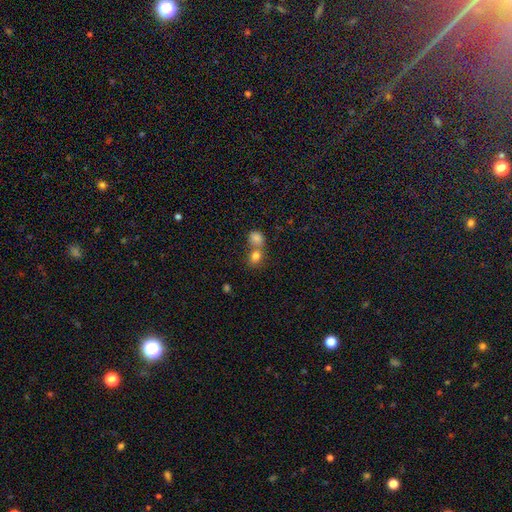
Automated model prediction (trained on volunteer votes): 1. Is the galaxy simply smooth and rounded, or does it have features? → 80% smooth, 11% star or artifact, 9% featured or disk.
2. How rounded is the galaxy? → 62% round, 37% in between, 1% cigar-shaped.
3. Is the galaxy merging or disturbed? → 56% merger, 35% none, 6% minor disturbance, 3% major disturbance.